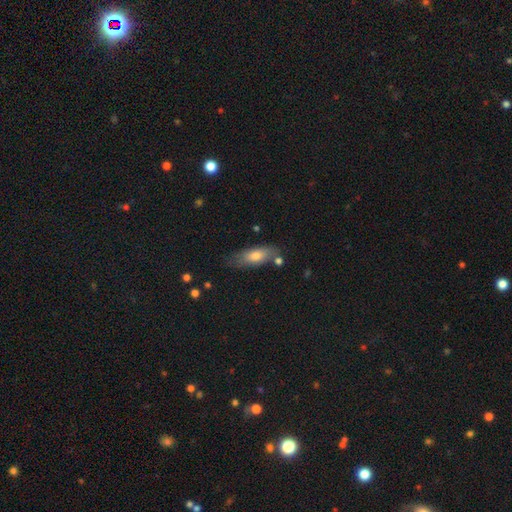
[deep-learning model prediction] Smooth or featured?
  - smooth: 70% *
  - featured or disk: 23%
  - star or artifact: 7%
How rounded?
  - in between: 69% *
  - cigar-shaped: 28%
  - round: 3%
Merging?
  - none: 66% *
  - minor disturbance: 22%
  - merger: 6%
  - major disturbance: 6%